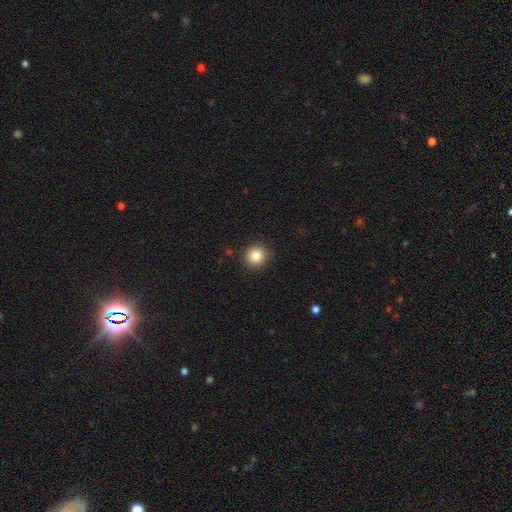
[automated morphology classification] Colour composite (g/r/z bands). It shows a smooth galaxy with no disk features (85%) that is round (92%). Merging: none (89%).